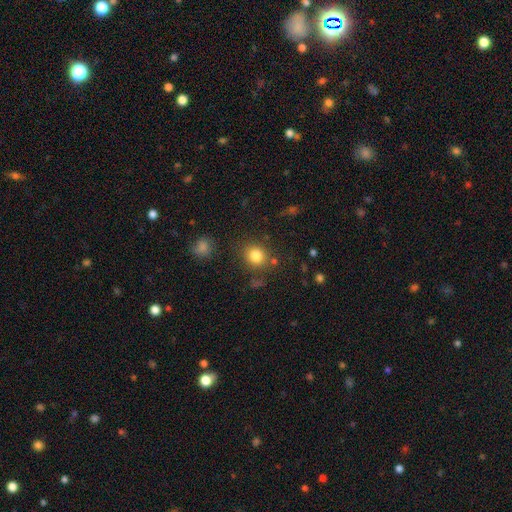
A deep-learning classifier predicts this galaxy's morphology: Q: Smooth or featured?
A: smooth (82%); runner-up: star or artifact (12%)
Q: How rounded?
A: round (76%); runner-up: in between (23%)
Q: Merging?
A: none (81%); runner-up: minor disturbance (10%)